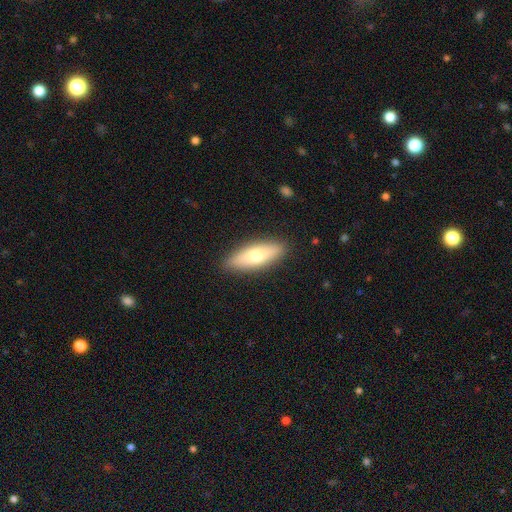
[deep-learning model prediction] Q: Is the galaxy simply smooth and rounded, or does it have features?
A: smooth — 65%.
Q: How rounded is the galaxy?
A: in between — 58%.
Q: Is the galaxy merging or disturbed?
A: none — 89%.